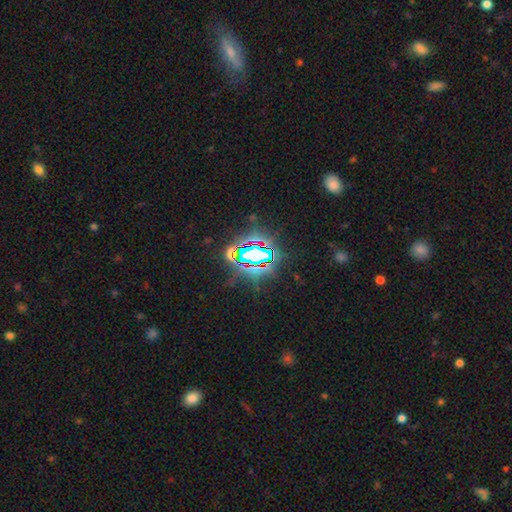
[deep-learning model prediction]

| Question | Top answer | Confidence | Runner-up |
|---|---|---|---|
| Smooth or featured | star or artifact | 78% | smooth (12%) |